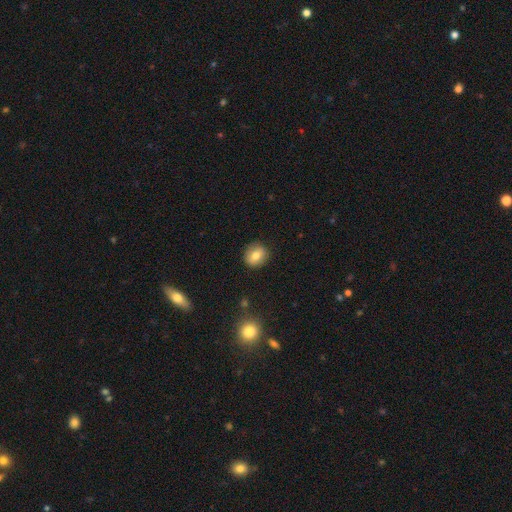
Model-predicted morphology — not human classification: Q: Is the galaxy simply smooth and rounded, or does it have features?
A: smooth — 75%.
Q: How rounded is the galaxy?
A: round — 75%.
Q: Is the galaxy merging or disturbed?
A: none — 88%.